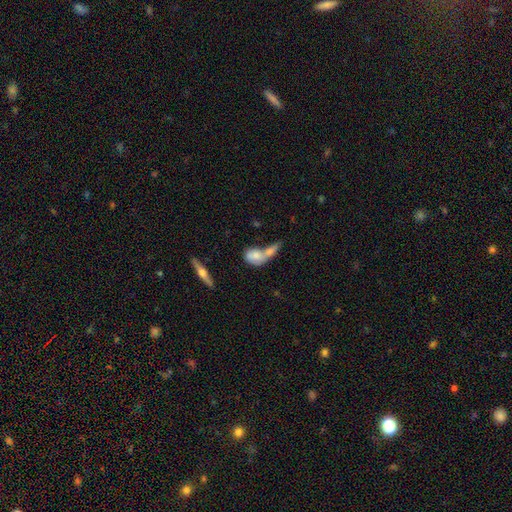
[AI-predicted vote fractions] Smooth or featured? Predicted: smooth (p=0.66). How rounded? Predicted: in between (p=0.68). Merging? Predicted: merger (p=0.61).